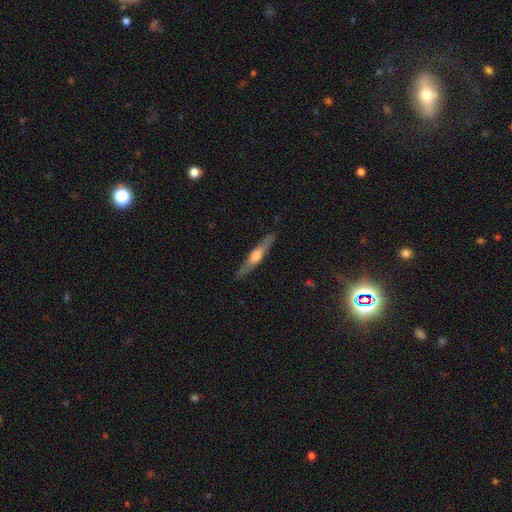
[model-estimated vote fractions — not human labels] Smooth or featured? featured or disk (62%)
Edge-on disk? yes (95%)
Edge-on bulge? rounded (84%)
Merging? none (88%)